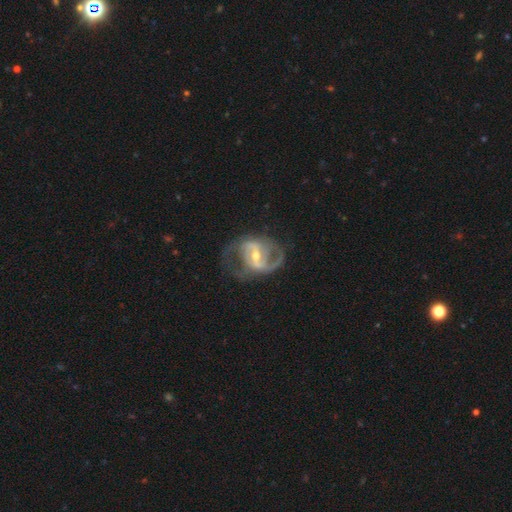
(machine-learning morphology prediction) This is clearly a featured or disk galaxy (88%). It is clearly not viewed edge-on (97%). Bar: possibly weak (45%). Spiral arm pattern: clearly yes (93%). Spiral arm count: likely 2 (78%). Spiral winding: possibly medium (51%). Central bulge: possibly moderate (57%). Merging: possibly none (60%).